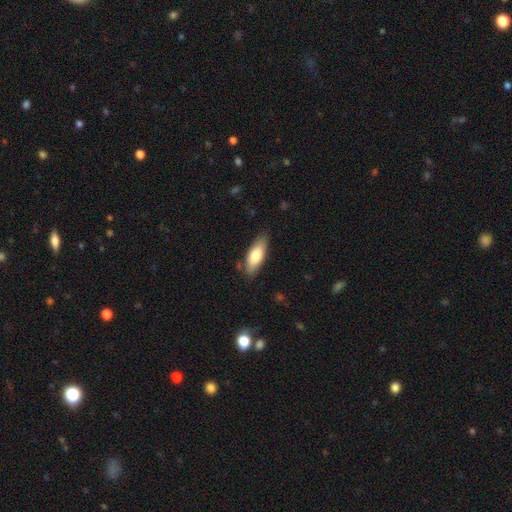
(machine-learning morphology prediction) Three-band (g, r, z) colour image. It shows a smooth galaxy with no disk features (74%) that is in between round and cigar-shaped (67%). Merging: none (82%).